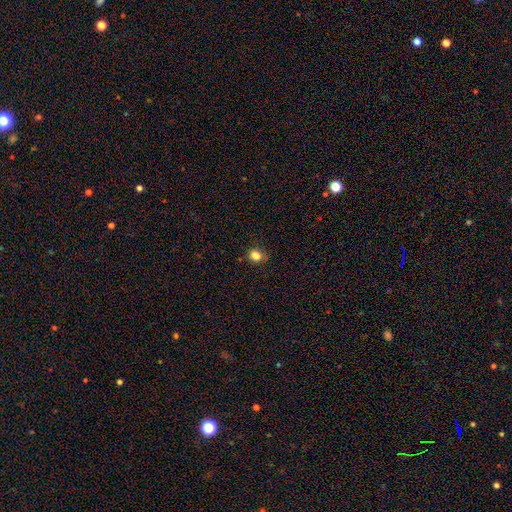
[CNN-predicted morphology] A smooth galaxy with no disk features (82%) that is round (61%). Merging: none (76%).